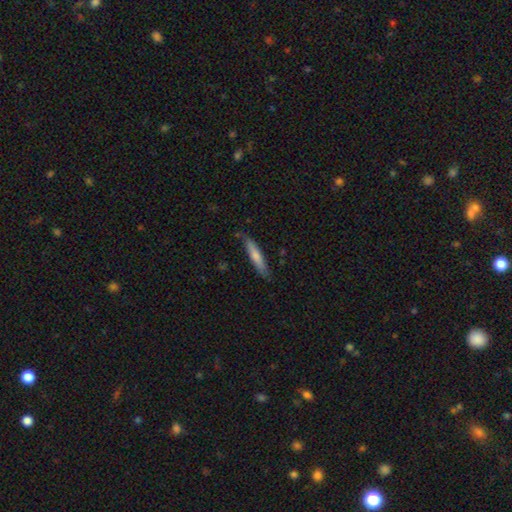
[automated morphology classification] Q: Smooth or featured?
A: smooth (70%); runner-up: featured or disk (25%)
Q: How rounded?
A: cigar-shaped (89%); runner-up: in between (10%)
Q: Merging?
A: none (79%); runner-up: minor disturbance (17%)